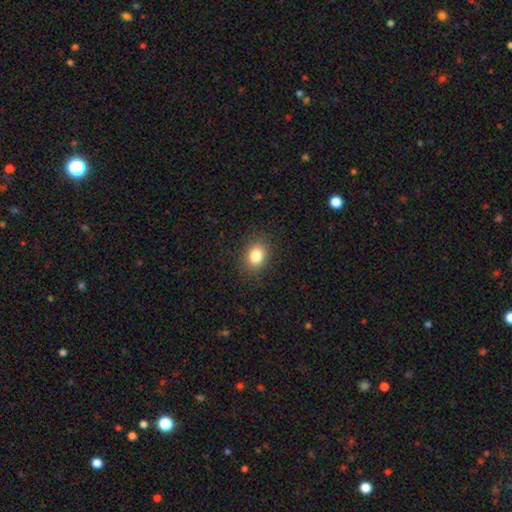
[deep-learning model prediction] Q: Smooth or featured?
A: smooth (84%); runner-up: star or artifact (10%)
Q: How rounded?
A: in between (68%); runner-up: round (31%)
Q: Merging?
A: none (87%); runner-up: minor disturbance (9%)